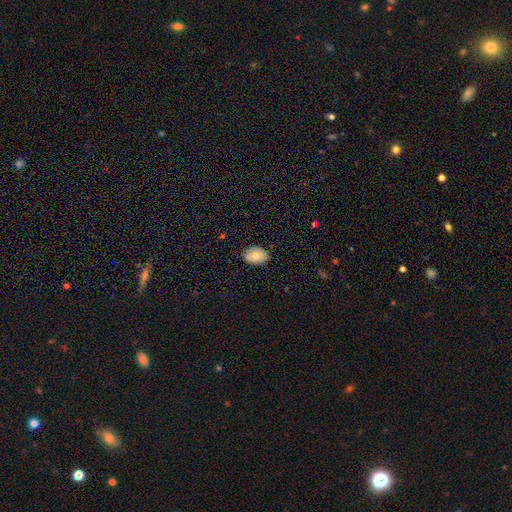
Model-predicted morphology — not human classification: A smooth galaxy with no disk features (77%) that is in between round and cigar-shaped (78%).

Vote fractions:
- Smooth or featured? smooth: 77% / featured or disk: 15% / star or artifact: 8%
- How rounded? in between: 78% / round: 20% / cigar-shaped: 1%
- Merging? none: 82% / minor disturbance: 14% / major disturbance: 2% / merger: 1%